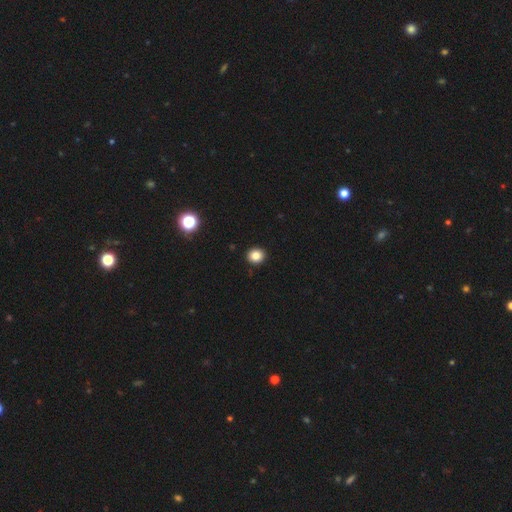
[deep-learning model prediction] This is clearly a smooth galaxy (84%). How rounded: clearly round (86%). Merging: clearly none (93%).